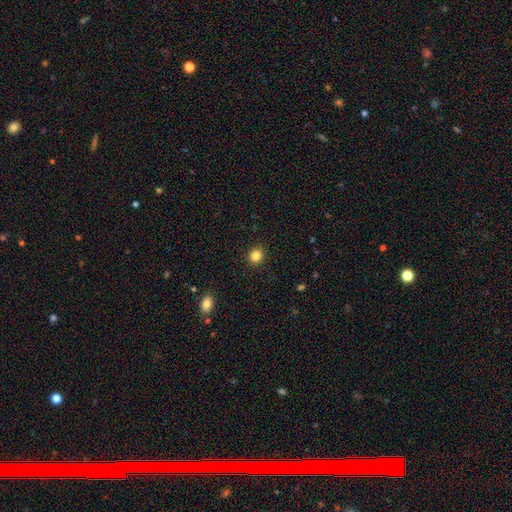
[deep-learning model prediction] Morphology: type=smooth (84%); roundness=round (85%); merging=none (91%).